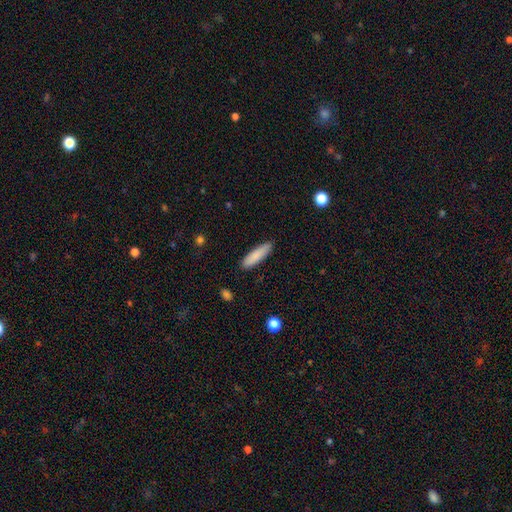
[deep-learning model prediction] smooth-or-featured: smooth: 86% | featured or disk: 8% | star or artifact: 6%
  how-rounded: cigar-shaped: 73% | in between: 26% | round: 1%
  merging: none: 88% | minor disturbance: 9% | major disturbance: 2% | merger: 1%